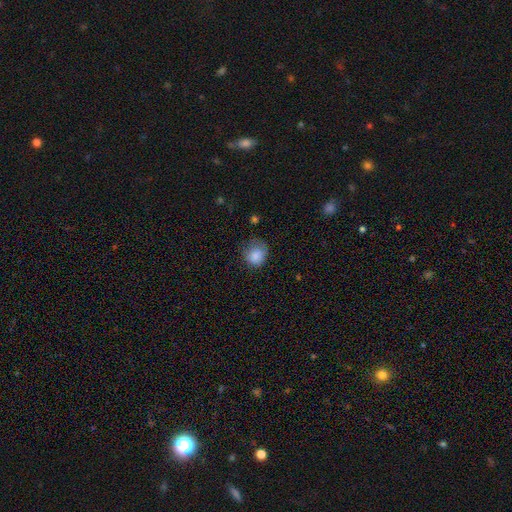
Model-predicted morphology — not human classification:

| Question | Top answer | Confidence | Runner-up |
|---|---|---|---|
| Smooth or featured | smooth | 84% | star or artifact (9%) |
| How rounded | round | 73% | in between (26%) |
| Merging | none | 53% | minor disturbance (32%) |